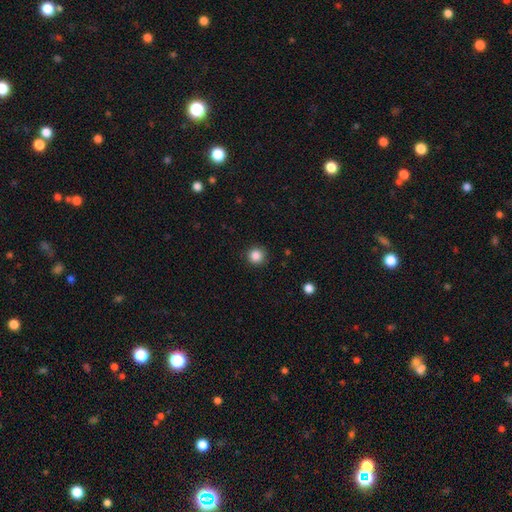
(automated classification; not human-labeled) Smooth or featured? Predicted: smooth (p=0.86). How rounded? Predicted: round (p=0.94). Merging? Predicted: none (p=0.89).